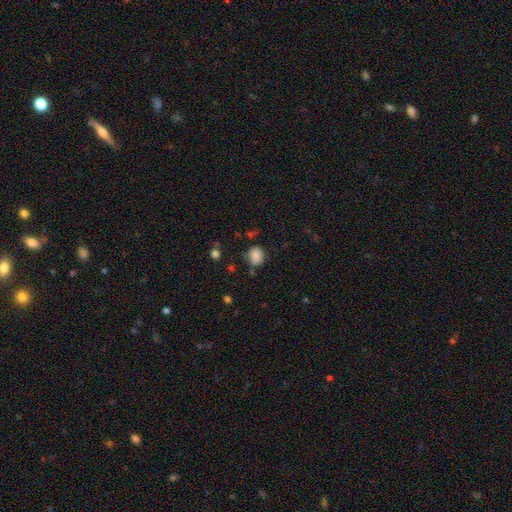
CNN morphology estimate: smooth-or-featured: smooth: 85% | star or artifact: 10% | featured or disk: 5%
  how-rounded: round: 65% | in between: 34% | cigar-shaped: 1%
  merging: none: 71% | minor disturbance: 20% | major disturbance: 5% | merger: 4%